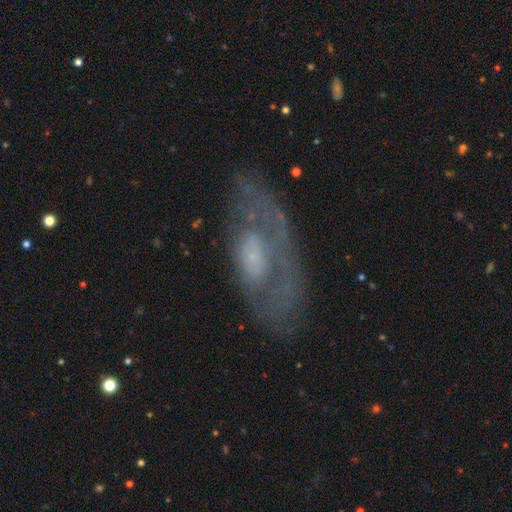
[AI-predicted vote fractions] featured or disk 66%, smooth 25%, star or artifact 9%. Down the decision tree: edge-on disk — no (89%); bar — no (78%); spiral arms — yes (52%); bulge size — small (36%); merging — none (55%).